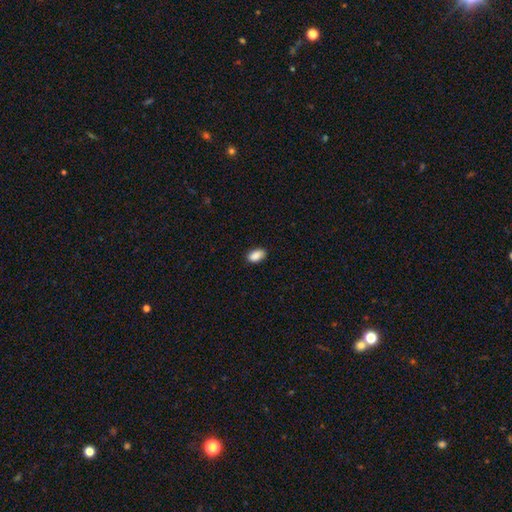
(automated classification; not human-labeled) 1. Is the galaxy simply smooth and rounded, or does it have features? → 89% smooth, 7% star or artifact, 3% featured or disk.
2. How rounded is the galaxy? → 92% in between, 6% round, 3% cigar-shaped.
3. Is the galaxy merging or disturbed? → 87% none, 10% minor disturbance, 2% major disturbance, 1% merger.